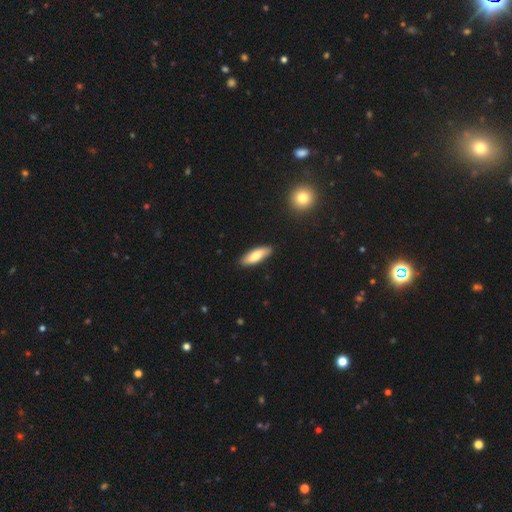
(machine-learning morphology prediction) A smooth galaxy with no disk features (75%) that is in between round and cigar-shaped (57%).

Vote fractions:
- Smooth or featured? smooth: 75% / featured or disk: 19% / star or artifact: 6%
- How rounded? in between: 57% / cigar-shaped: 41% / round: 2%
- Merging? none: 87% / minor disturbance: 10% / major disturbance: 2% / merger: 1%